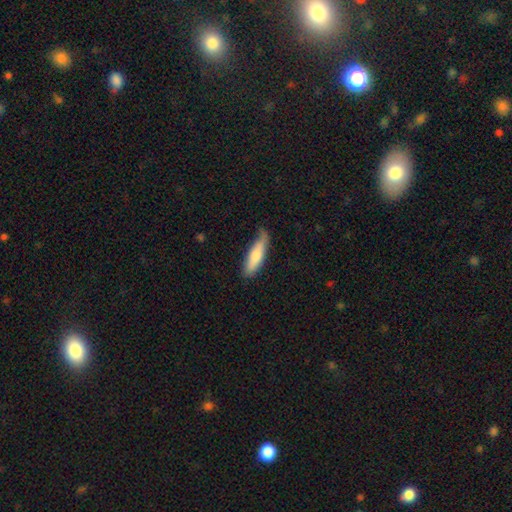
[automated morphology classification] type=smooth (76%); roundness=cigar-shaped (64%); merging=none (60%).